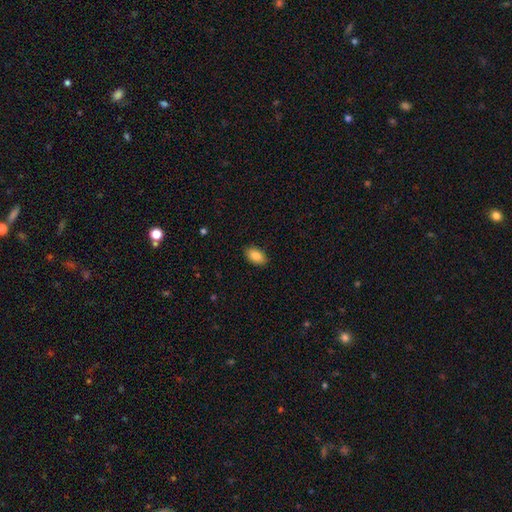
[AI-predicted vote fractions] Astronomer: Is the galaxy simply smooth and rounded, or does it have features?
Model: smooth — 85%.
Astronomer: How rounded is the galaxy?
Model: in between — 92%.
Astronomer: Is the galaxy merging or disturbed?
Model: none — 89%.